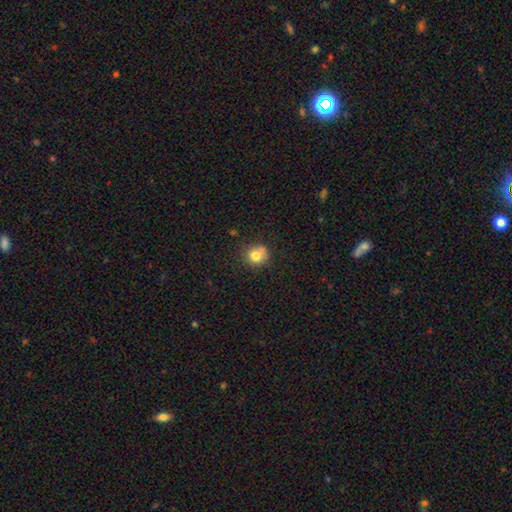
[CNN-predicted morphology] Smooth or featured?
  - smooth: 79% *
  - star or artifact: 11%
  - featured or disk: 10%
How rounded?
  - round: 85% *
  - in between: 14%
  - cigar-shaped: 1%
Merging?
  - none: 63% *
  - minor disturbance: 22%
  - merger: 9%
  - major disturbance: 6%